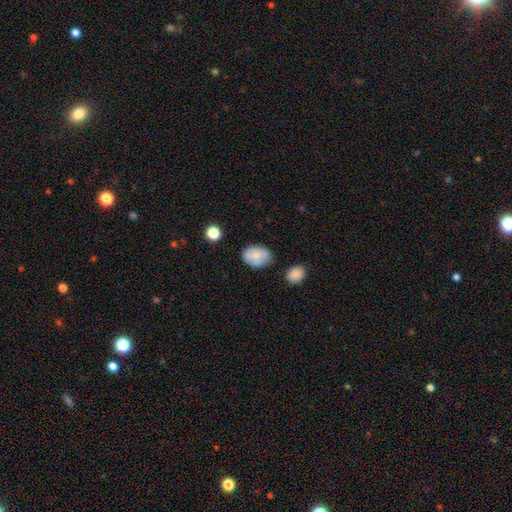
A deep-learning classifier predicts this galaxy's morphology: A smooth galaxy with no disk features (72%) that is in between round and cigar-shaped (77%).

Vote fractions:
- Smooth or featured? smooth: 72% / featured or disk: 20% / star or artifact: 8%
- How rounded? in between: 77% / round: 22% / cigar-shaped: 1%
- Merging? none: 73% / minor disturbance: 20% / major disturbance: 4% / merger: 4%